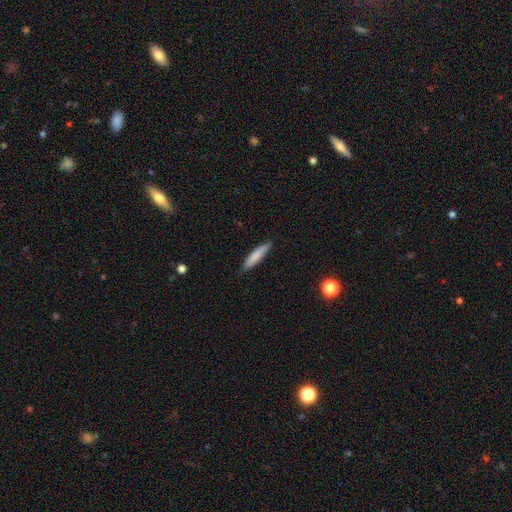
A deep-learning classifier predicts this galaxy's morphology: Smooth or featured? smooth (79%)
How rounded? cigar-shaped (87%)
Merging? none (85%)